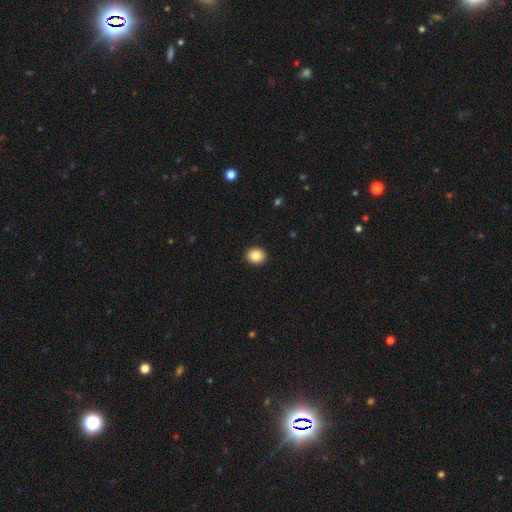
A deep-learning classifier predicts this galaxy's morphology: Overall: smooth (85%). How rounded: round (71%). Merging: none (93%).